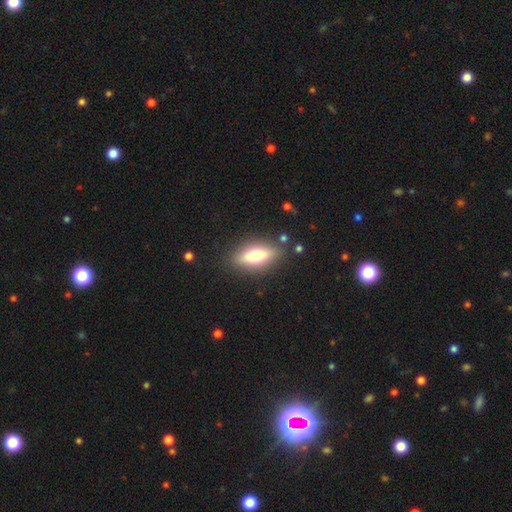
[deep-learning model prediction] Morphology: type=smooth (62%); roundness=in between (65%); merging=none (85%).